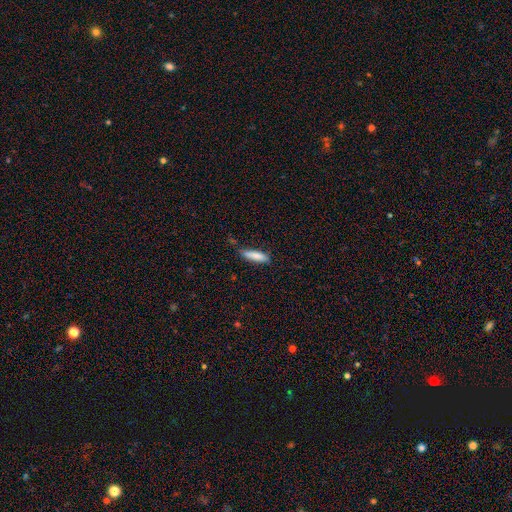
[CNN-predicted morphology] Smooth or featured? Predicted: smooth (p=0.82). How rounded? Predicted: cigar-shaped (p=0.68). Merging? Predicted: none (p=0.71).